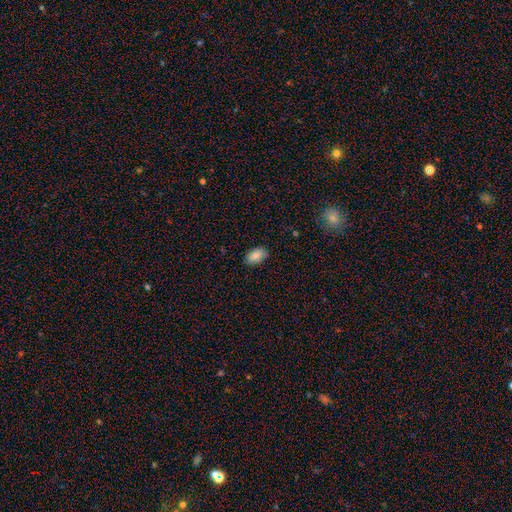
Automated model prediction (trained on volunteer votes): smooth_or_featured: smooth (p=0.87) [alt: star or artifact p=0.07]
how_rounded: in between (p=0.92) [alt: round p=0.07]
merging: none (p=0.85) [alt: minor disturbance p=0.12]